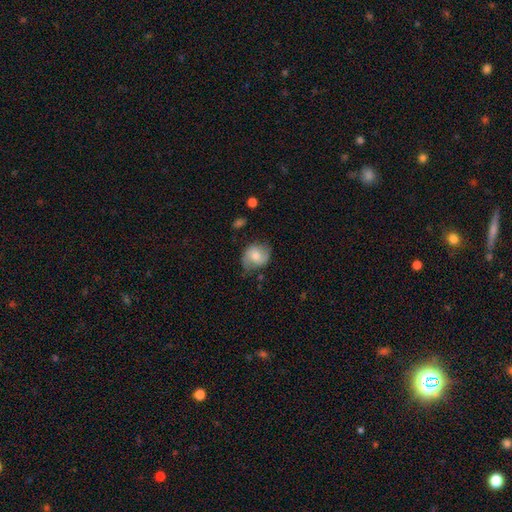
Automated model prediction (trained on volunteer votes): The model was most divided on "smooth or featured": featured or disk: 51%, smooth: 41%, star or artifact: 7%. More confident: edge-on disk — no (97%); merging — none (67%).